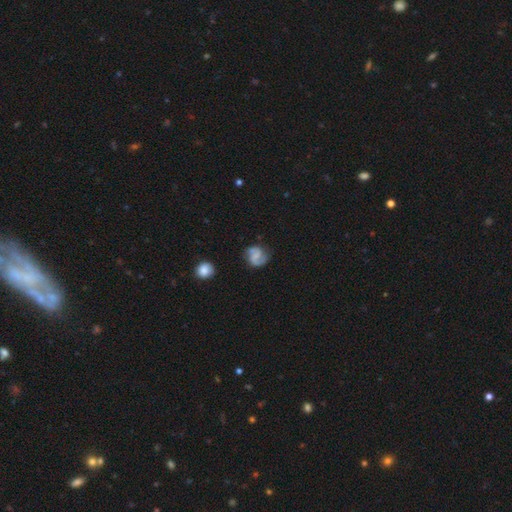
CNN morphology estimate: Smooth or featured? featured or disk (74%)
Edge-on disk? no (98%)
Bar? weak (43%, tied with no)
Spiral arms? yes (95%)
Spiral winding? medium (48%)
Spiral arm count? 2 (87%)
Bulge size? none (54%)
Merging? none (72%)